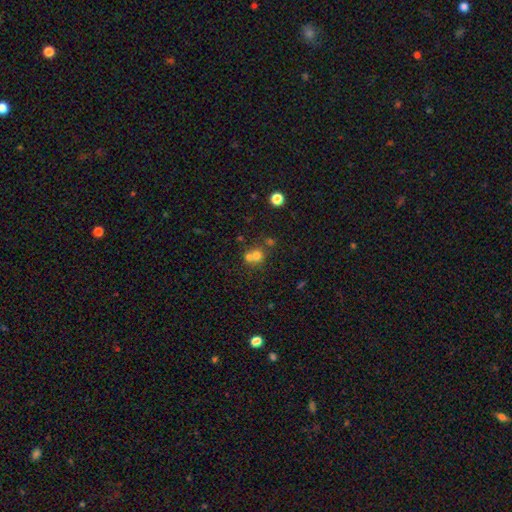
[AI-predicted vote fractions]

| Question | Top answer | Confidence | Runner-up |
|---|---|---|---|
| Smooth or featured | smooth | 66% | featured or disk (18%) |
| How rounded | round | 81% | in between (18%) |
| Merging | merger | 53% | none (37%) |